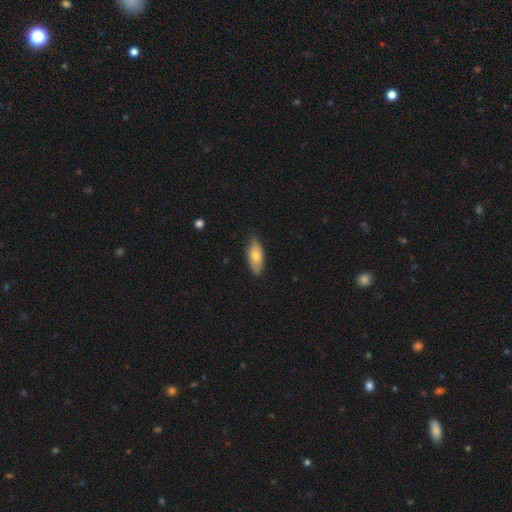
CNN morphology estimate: A smooth galaxy with no disk features (71%) that is in between round and cigar-shaped (83%).

Vote fractions:
- Smooth or featured? smooth: 71% / featured or disk: 23% / star or artifact: 6%
- How rounded? in between: 83% / cigar-shaped: 14% / round: 3%
- Merging? none: 81% / minor disturbance: 16% / major disturbance: 2% / merger: 1%